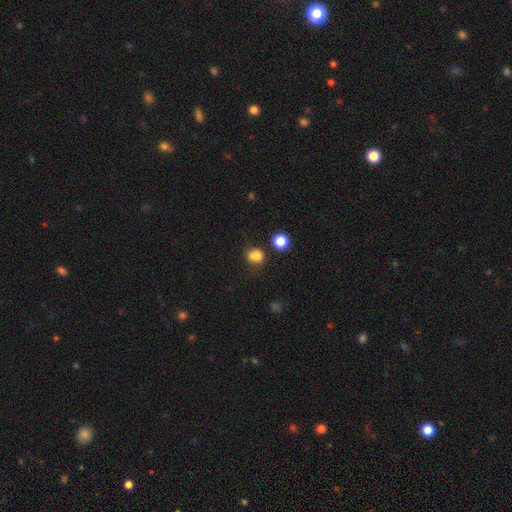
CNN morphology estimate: Q: Smooth or featured?
A: smooth (77%); runner-up: star or artifact (15%)
Q: How rounded?
A: round (63%); runner-up: in between (36%)
Q: Merging?
A: none (50%); runner-up: merger (28%)